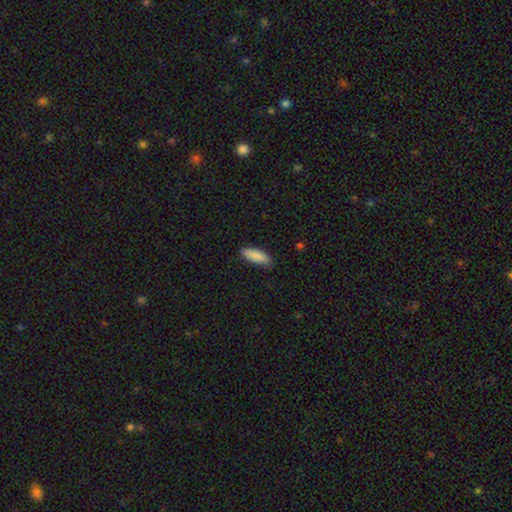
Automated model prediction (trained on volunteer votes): This appears to be a smooth galaxy with no disk features (88%) that is in between round and cigar-shaped (56%). Merging: none (83%).